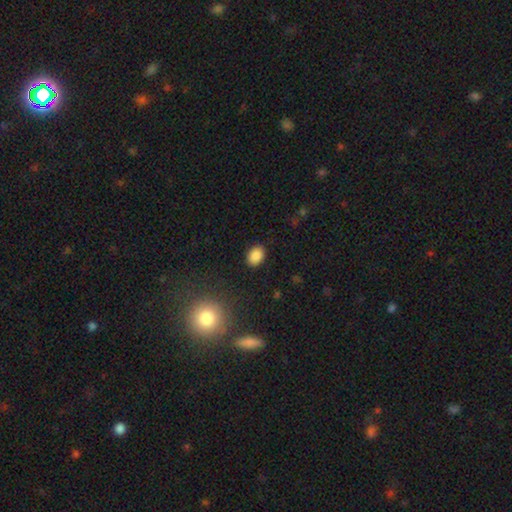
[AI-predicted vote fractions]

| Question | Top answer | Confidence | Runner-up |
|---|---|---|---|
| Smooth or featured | smooth | 86% | star or artifact (10%) |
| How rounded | in between | 78% | round (21%) |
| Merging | none | 88% | minor disturbance (8%) |